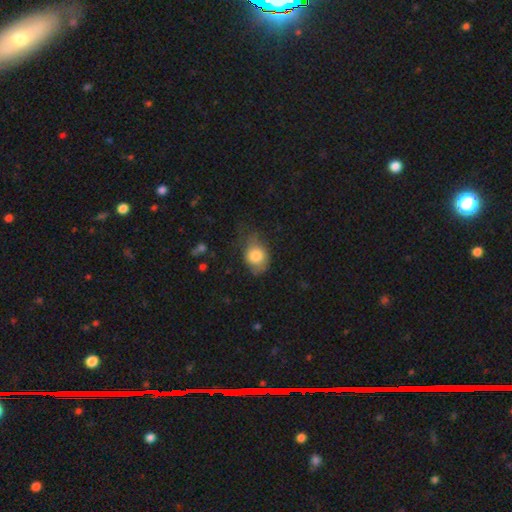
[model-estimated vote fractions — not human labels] Smooth or featured?
  - smooth: 80% *
  - featured or disk: 12%
  - star or artifact: 8%
How rounded?
  - in between: 54% *
  - round: 44%
  - cigar-shaped: 1%
Merging?
  - none: 42% *
  - minor disturbance: 37%
  - major disturbance: 19%
  - merger: 2%